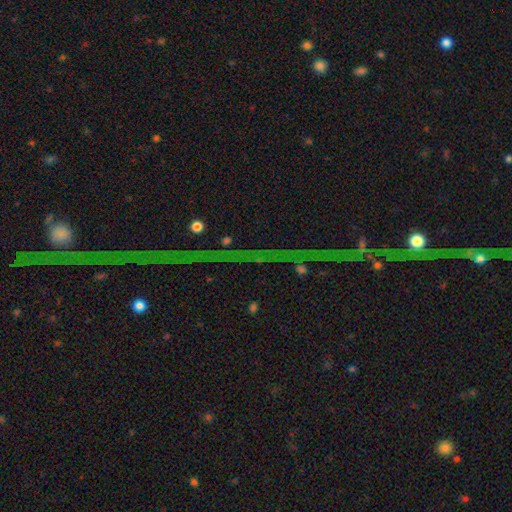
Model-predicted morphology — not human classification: smooth-or-featured: star or artifact: 82% | featured or disk: 10% | smooth: 8%